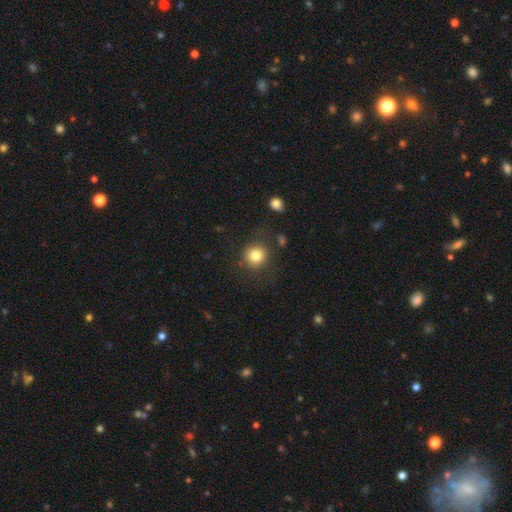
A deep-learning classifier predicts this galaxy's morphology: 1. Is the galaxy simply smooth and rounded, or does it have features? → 82% smooth, 11% star or artifact, 7% featured or disk.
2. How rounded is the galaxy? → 90% round, 9% in between, 1% cigar-shaped.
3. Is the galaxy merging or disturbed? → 83% none, 10% minor disturbance, 4% major disturbance, 3% merger.